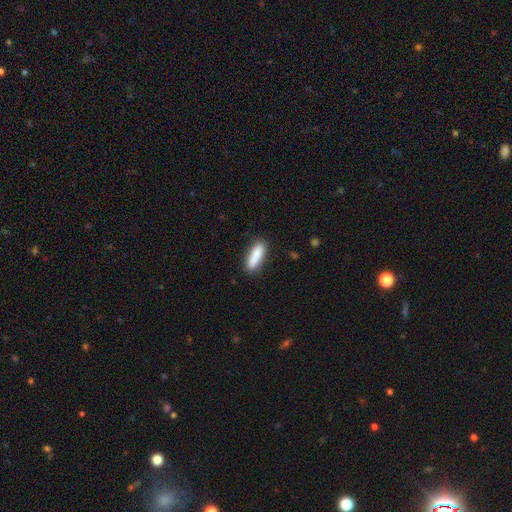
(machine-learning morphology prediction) Smooth or featured?
  - smooth: 85% *
  - featured or disk: 9%
  - star or artifact: 6%
How rounded?
  - cigar-shaped: 56% *
  - in between: 42%
  - round: 2%
Merging?
  - none: 85% *
  - minor disturbance: 11%
  - major disturbance: 2%
  - merger: 2%